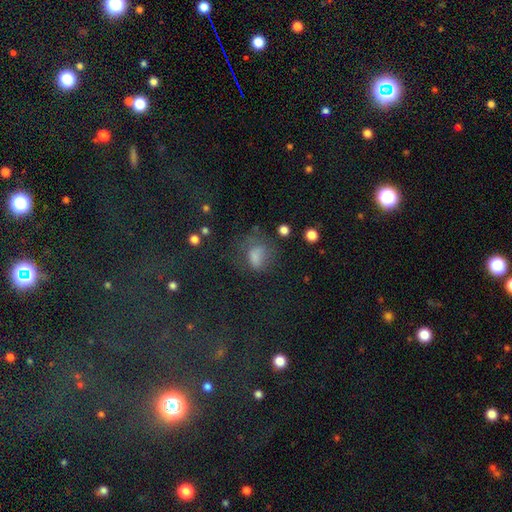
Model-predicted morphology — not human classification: Smooth or featured? smooth (54%)
How rounded? in between (61%)
Merging? none (48%)